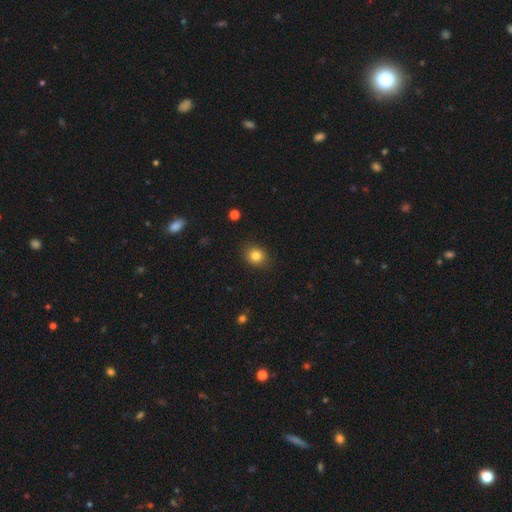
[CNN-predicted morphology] A smooth galaxy with no disk features (83%) that is round (74%). Merging: none (89%).